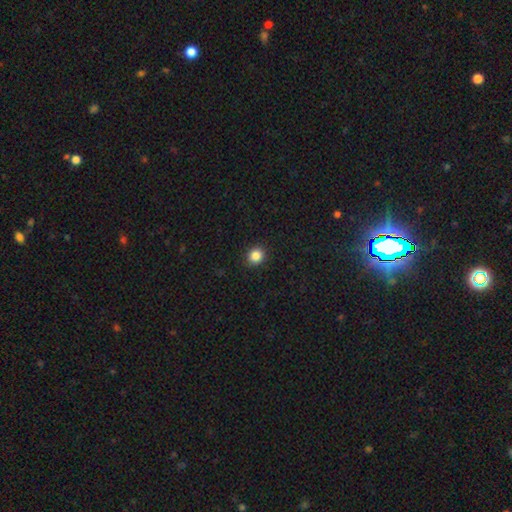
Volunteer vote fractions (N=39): smooth 95%, star or artifact 5%, featured or disk 0%. Down the decision tree: how rounded — round (89%); merging — none (81%).